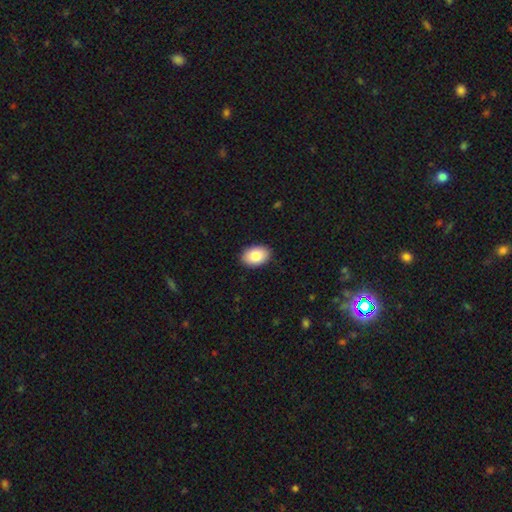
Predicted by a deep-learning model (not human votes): smooth_or_featured: smooth (p=0.85) [alt: featured or disk p=0.08]
how_rounded: in between (p=0.86) [alt: round p=0.13]
merging: none (p=0.90) [alt: minor disturbance p=0.08]